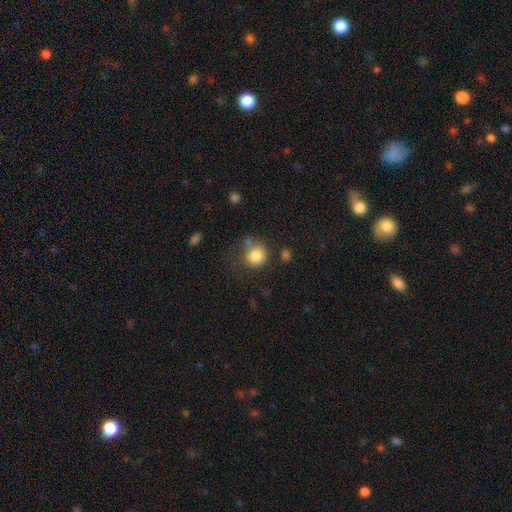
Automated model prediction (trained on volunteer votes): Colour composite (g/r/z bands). It shows a smooth galaxy with no disk features (82%) that is round (88%). Merging: none (63%).